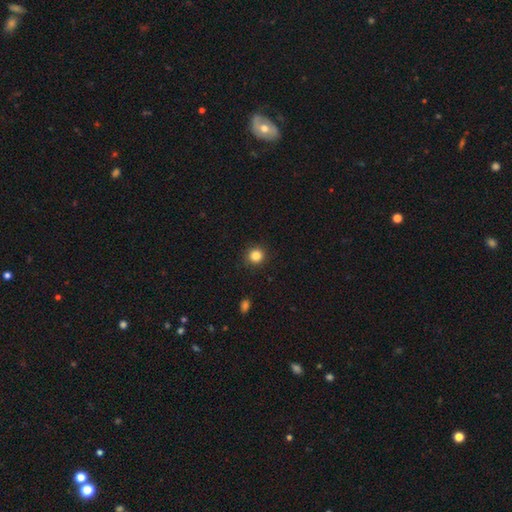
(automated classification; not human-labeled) Smooth or featured?
  - smooth: 84% *
  - star or artifact: 11%
  - featured or disk: 4%
How rounded?
  - round: 92% *
  - in between: 7%
  - cigar-shaped: 1%
Merging?
  - none: 90% *
  - minor disturbance: 7%
  - major disturbance: 2%
  - merger: 1%